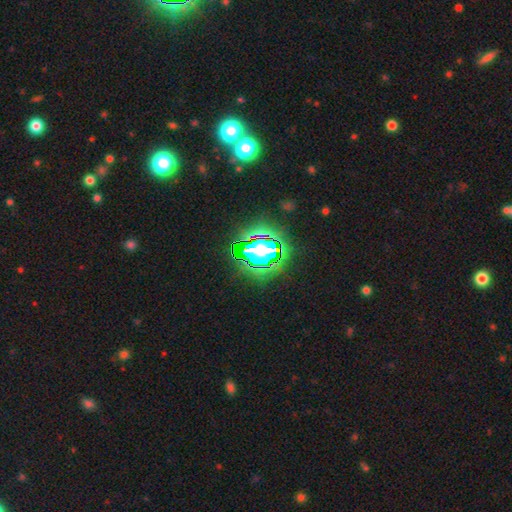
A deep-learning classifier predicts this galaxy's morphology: A star or artifact, not a galaxy (80%).

Vote fractions:
- Smooth or featured? star or artifact: 80% / smooth: 12% / featured or disk: 7%